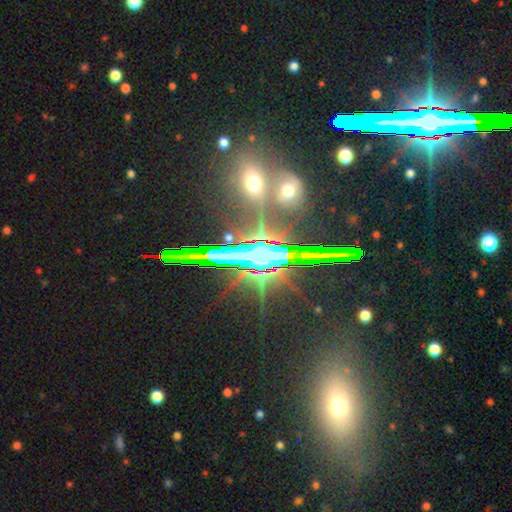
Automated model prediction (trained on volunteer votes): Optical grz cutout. It shows a star or artifact, not a galaxy (66%).